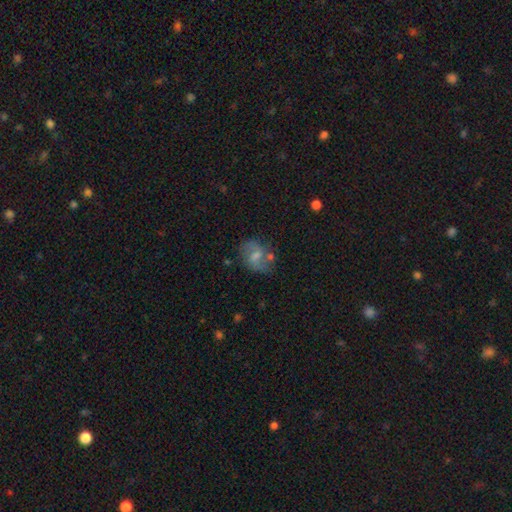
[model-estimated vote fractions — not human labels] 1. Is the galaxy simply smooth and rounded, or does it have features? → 47% featured or disk, 44% smooth, 9% star or artifact.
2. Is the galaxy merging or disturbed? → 56% none, 22% minor disturbance, 11% merger, 11% major disturbance.